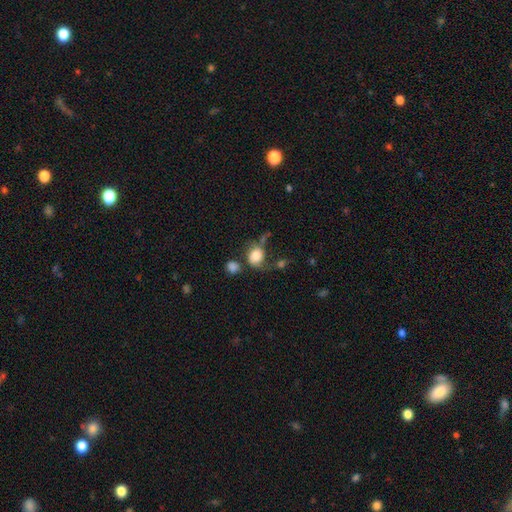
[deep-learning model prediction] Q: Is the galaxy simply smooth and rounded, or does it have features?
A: smooth — 73%.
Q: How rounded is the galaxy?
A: round — 62%.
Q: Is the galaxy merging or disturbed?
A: none — 35%.